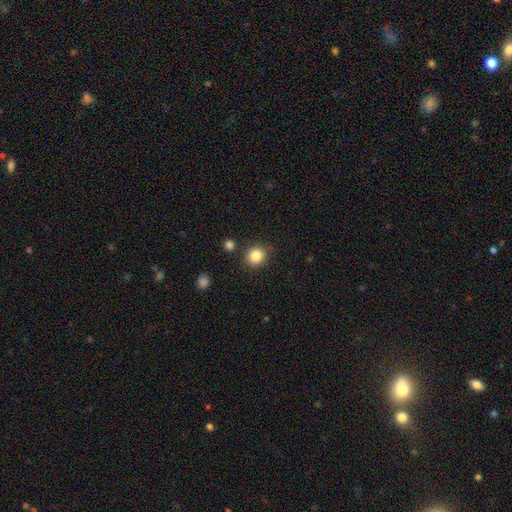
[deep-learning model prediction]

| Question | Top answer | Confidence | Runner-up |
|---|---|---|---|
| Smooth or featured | smooth | 85% | star or artifact (10%) |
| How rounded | round | 82% | in between (17%) |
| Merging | none | 85% | minor disturbance (9%) |